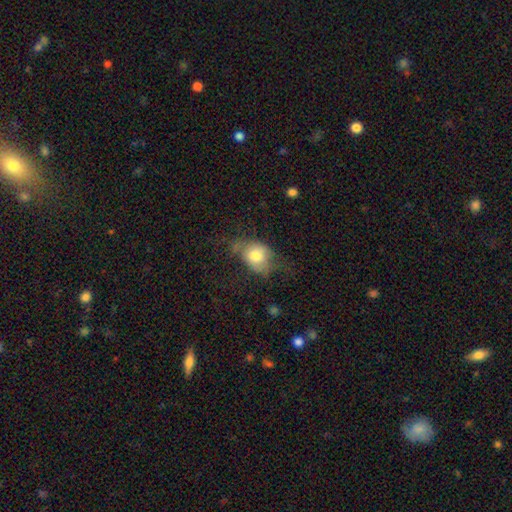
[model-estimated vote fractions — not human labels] A smooth galaxy with no disk features (68%) that is in between round and cigar-shaped (58%).

Vote fractions:
- Smooth or featured? smooth: 68% / featured or disk: 23% / star or artifact: 9%
- How rounded? in between: 58% / round: 40% / cigar-shaped: 2%
- Merging? none: 40% / minor disturbance: 31% / major disturbance: 26% / merger: 3%